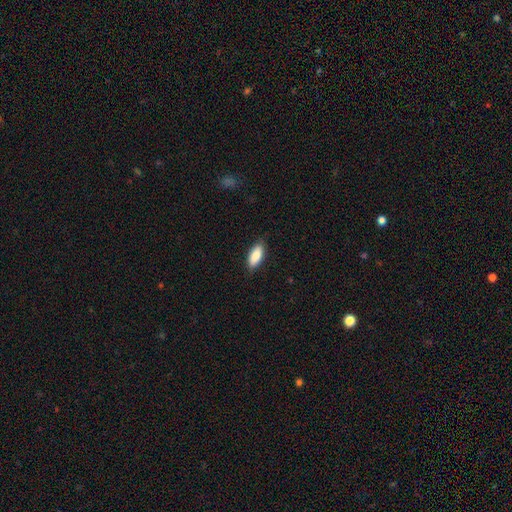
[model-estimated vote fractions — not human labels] Smooth or featured: smooth — 86% (featured or disk — 8%)
How rounded: in between — 82% (cigar-shaped — 16%)
Merging: none — 84% (minor disturbance — 12%)